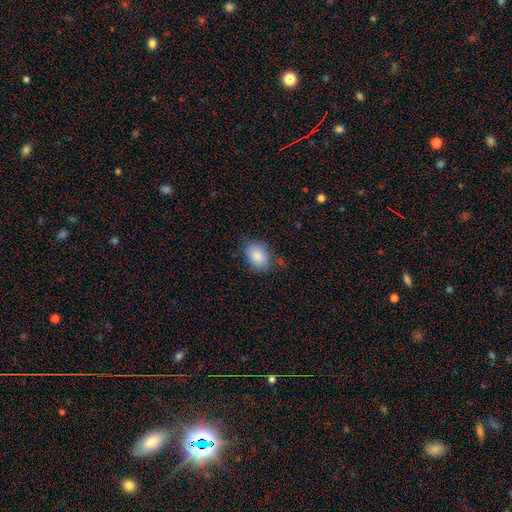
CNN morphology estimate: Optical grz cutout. It shows a smooth galaxy with no disk features (86%) that is in between round and cigar-shaped (75%). Merging: none (66%).